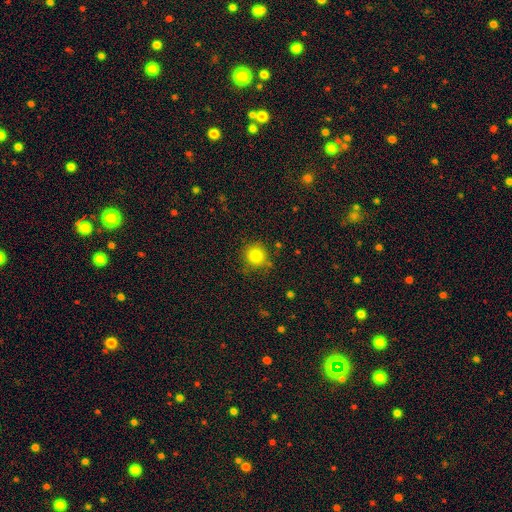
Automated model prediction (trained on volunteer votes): Morphology: type=smooth (82%); roundness=round (93%); merging=none (82%).